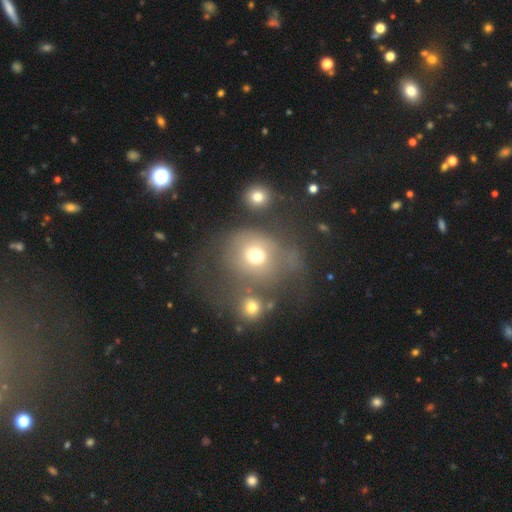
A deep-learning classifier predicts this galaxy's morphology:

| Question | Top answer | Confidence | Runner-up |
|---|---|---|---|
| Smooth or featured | smooth | 67% | featured or disk (18%) |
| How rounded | round | 72% | in between (26%) |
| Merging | none | 41% | major disturbance (21%) |